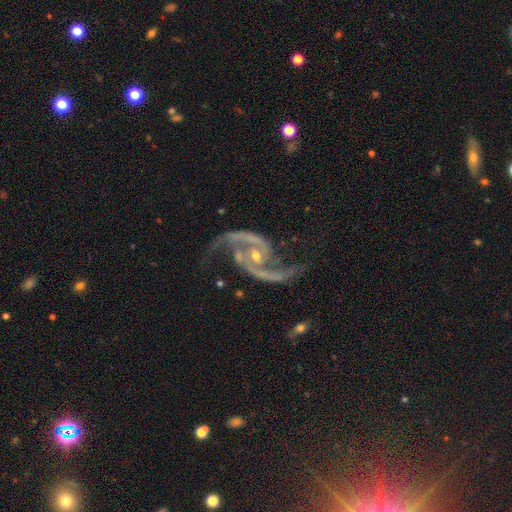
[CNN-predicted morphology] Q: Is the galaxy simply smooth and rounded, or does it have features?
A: featured or disk — 93%.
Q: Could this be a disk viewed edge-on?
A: no — 98%.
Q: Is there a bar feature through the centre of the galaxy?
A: no — 55%.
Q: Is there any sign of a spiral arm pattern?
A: yes — 98%.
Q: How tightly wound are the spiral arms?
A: loose — 50%.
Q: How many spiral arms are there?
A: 2 — 94%.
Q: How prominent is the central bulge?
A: moderate — 49%.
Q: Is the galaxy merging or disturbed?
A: none — 68%.